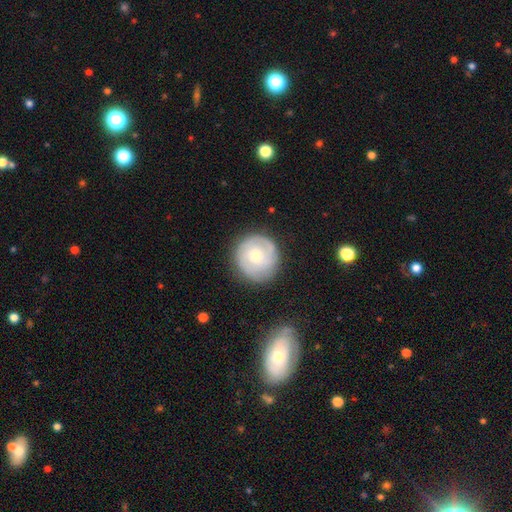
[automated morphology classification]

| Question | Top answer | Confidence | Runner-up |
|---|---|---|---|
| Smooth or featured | featured or disk | 53% | smooth (40%) |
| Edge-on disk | no | 97% | yes (3%) |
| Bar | no | 74% | weak (22%) |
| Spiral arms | yes | 75% | no (25%) |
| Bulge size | moderate | 61% | small (31%) |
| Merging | none | 82% | minor disturbance (12%) |